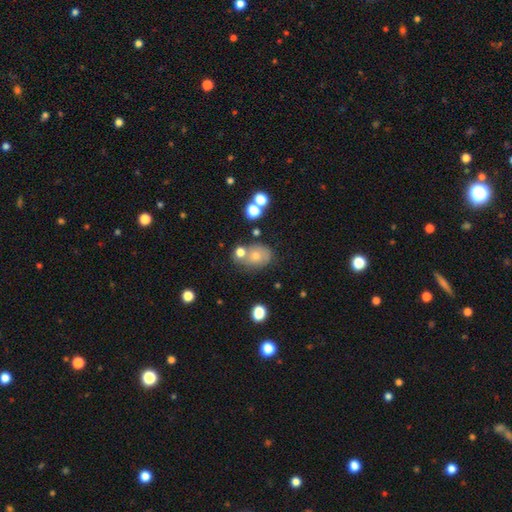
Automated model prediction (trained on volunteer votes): The model was most divided on "how rounded": in between: 56%, round: 43%, cigar-shaped: 1%. More confident: smooth or featured — smooth (66%); merging — none (50%).